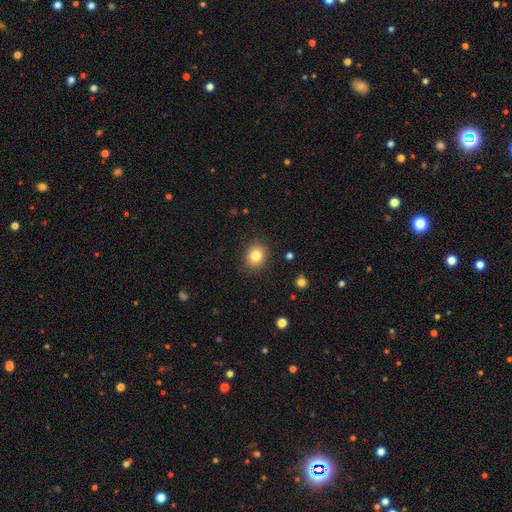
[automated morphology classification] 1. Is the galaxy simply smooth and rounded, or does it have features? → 81% smooth, 11% star or artifact, 8% featured or disk.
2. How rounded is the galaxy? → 70% round, 29% in between, 1% cigar-shaped.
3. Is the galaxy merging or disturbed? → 88% none, 9% minor disturbance, 2% major disturbance, 1% merger.